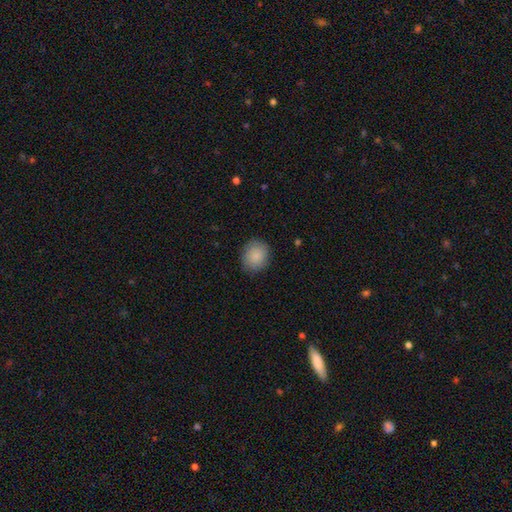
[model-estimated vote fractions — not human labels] smooth-or-featured: smooth: 87% | star or artifact: 7% | featured or disk: 6%
  how-rounded: round: 70% | in between: 29% | cigar-shaped: 1%
  merging: none: 85% | minor disturbance: 11% | major disturbance: 3% | merger: 1%